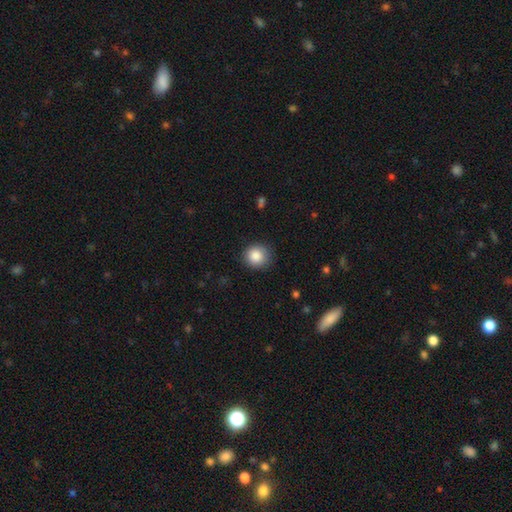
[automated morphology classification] The model was most divided on "merging": none: 86%, minor disturbance: 10%, major disturbance: 3%, merger: 1%. More confident: how rounded — round (89%); smooth or featured — smooth (87%).